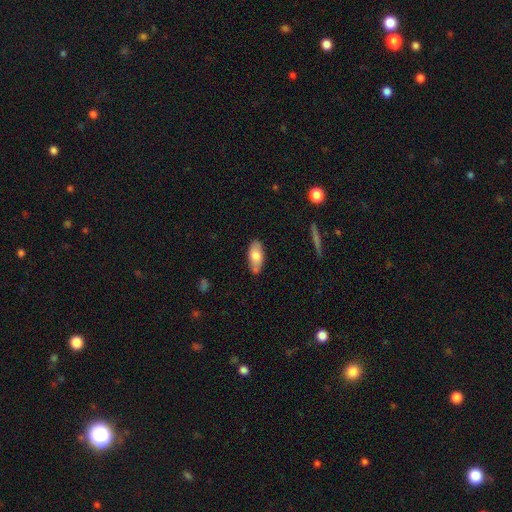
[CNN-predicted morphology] smooth_or_featured: smooth (p=0.74) [alt: featured or disk p=0.19]
how_rounded: in between (p=0.90) [alt: cigar-shaped p=0.08]
merging: none (p=0.76) [alt: minor disturbance p=0.16]